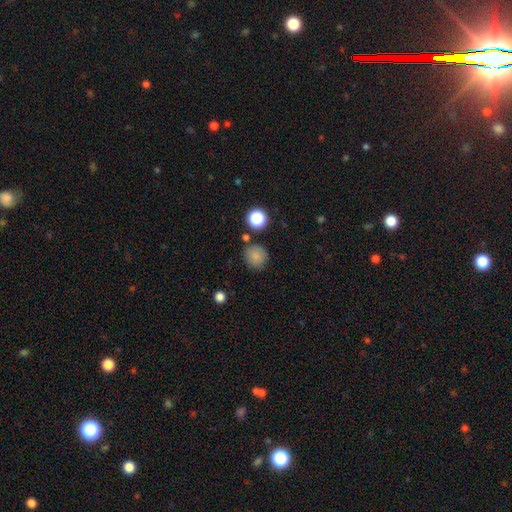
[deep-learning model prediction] smooth_or_featured: smooth (p=0.81) [alt: star or artifact p=0.13]
how_rounded: round (p=0.90) [alt: in between p=0.09]
merging: none (p=0.81) [alt: minor disturbance p=0.10]